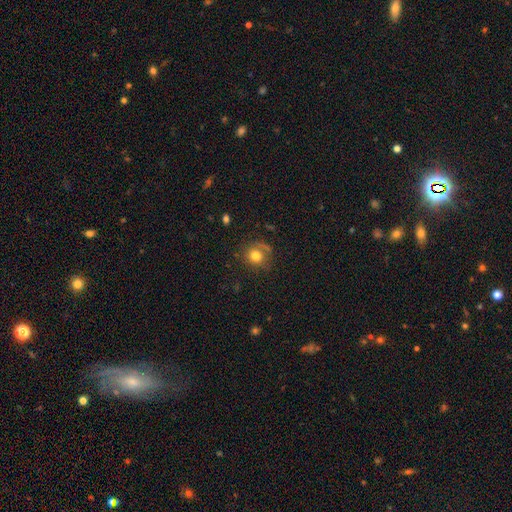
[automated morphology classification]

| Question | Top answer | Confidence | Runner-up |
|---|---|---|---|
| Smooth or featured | smooth | 76% | featured or disk (12%) |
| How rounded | round | 83% | in between (16%) |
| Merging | none | 69% | minor disturbance (19%) |